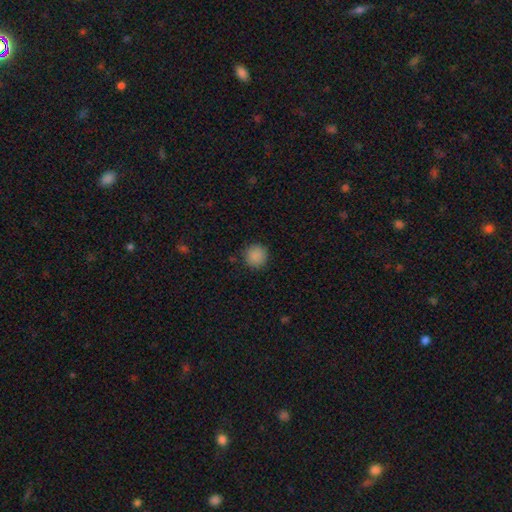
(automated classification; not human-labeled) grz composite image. It shows a smooth galaxy with no disk features (88%) that is round (94%). Merging: none (89%).